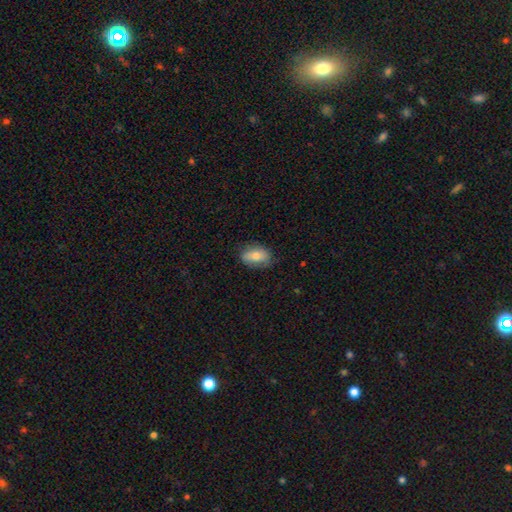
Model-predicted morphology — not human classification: Smooth or featured: smooth — 74% (featured or disk — 19%)
How rounded: in between — 84% (round — 14%)
Merging: none — 79% (minor disturbance — 17%)